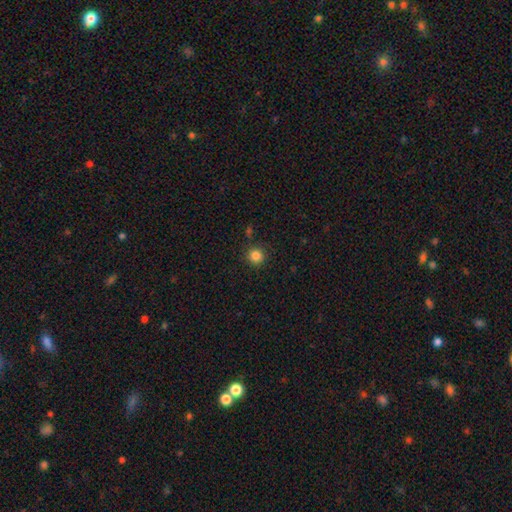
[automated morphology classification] This is clearly a smooth galaxy (84%). How rounded: clearly round (94%). Merging: clearly none (88%).